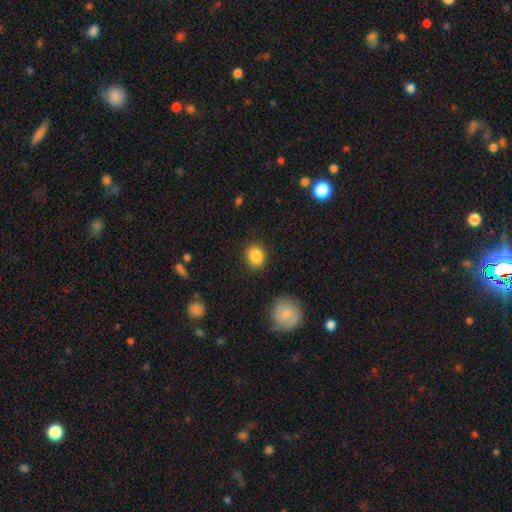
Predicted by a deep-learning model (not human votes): The model was most divided on "how rounded": round: 73%, in between: 26%, cigar-shaped: 1%. More confident: merging — none (88%); smooth or featured — smooth (88%).